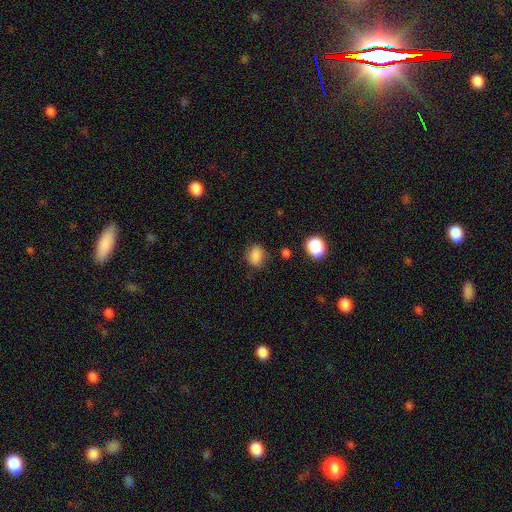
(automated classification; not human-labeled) Smooth or featured?
  - smooth: 84% *
  - star or artifact: 11%
  - featured or disk: 4%
How rounded?
  - in between: 59% *
  - round: 40%
  - cigar-shaped: 1%
Merging?
  - none: 74% *
  - minor disturbance: 18%
  - major disturbance: 5%
  - merger: 3%